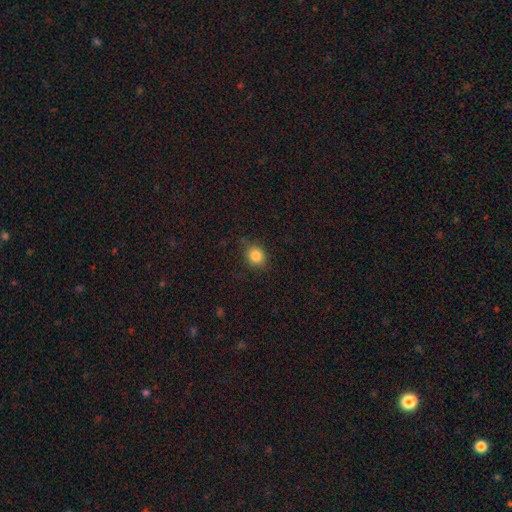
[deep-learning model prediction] This is clearly a smooth galaxy (84%). How rounded: likely round (74%). Merging: clearly none (82%).